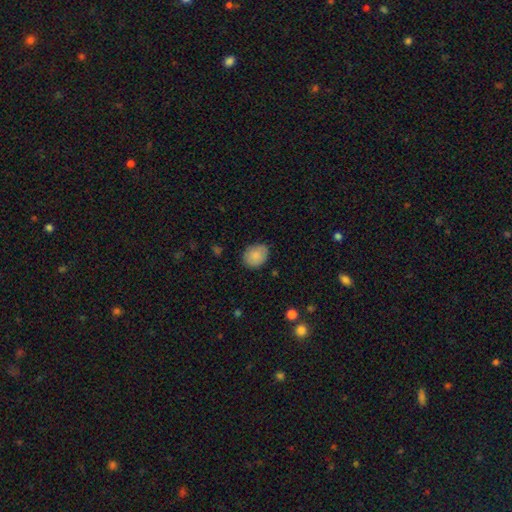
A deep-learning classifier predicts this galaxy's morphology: Smooth or featured? smooth (86%)
How rounded? in between (56%)
Merging? none (80%)